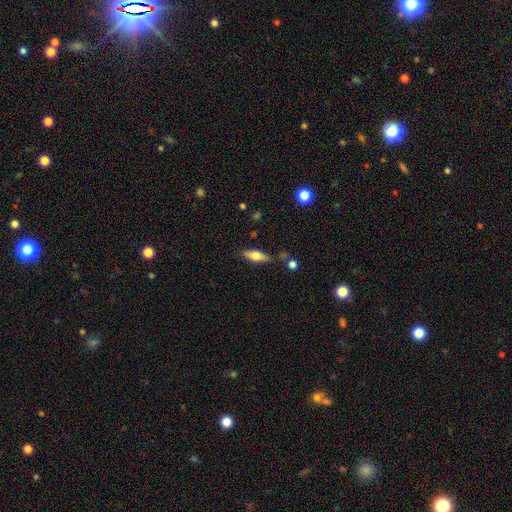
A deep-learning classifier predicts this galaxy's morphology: Smooth or featured: smooth — 58% (featured or disk — 35%)
How rounded: in between — 50% (cigar-shaped — 47%)
Merging: none — 77% (minor disturbance — 15%)